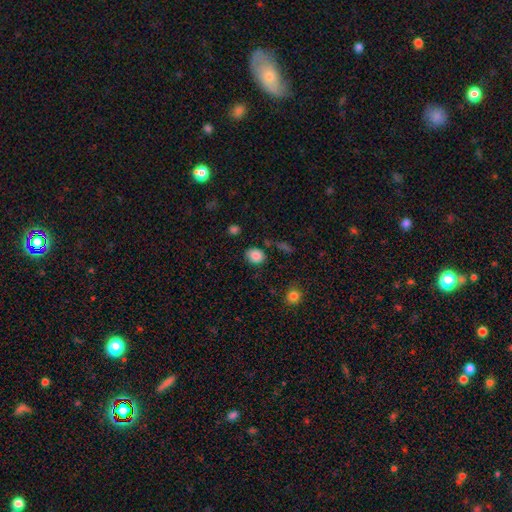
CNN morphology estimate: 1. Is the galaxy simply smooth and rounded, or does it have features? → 85% smooth, 10% star or artifact, 6% featured or disk.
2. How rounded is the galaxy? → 62% round, 37% in between, 1% cigar-shaped.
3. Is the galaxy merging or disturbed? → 77% none, 16% minor disturbance, 4% major disturbance, 3% merger.